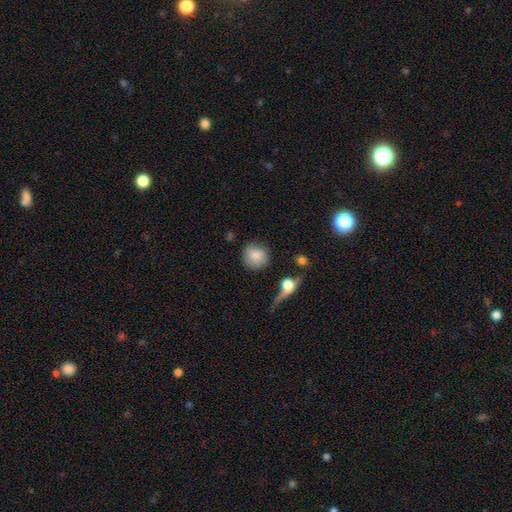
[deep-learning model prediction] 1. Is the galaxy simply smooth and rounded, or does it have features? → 80% smooth, 12% featured or disk, 8% star or artifact.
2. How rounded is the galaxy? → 88% round, 11% in between, 1% cigar-shaped.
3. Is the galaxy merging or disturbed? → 71% none, 17% minor disturbance, 6% major disturbance, 5% merger.